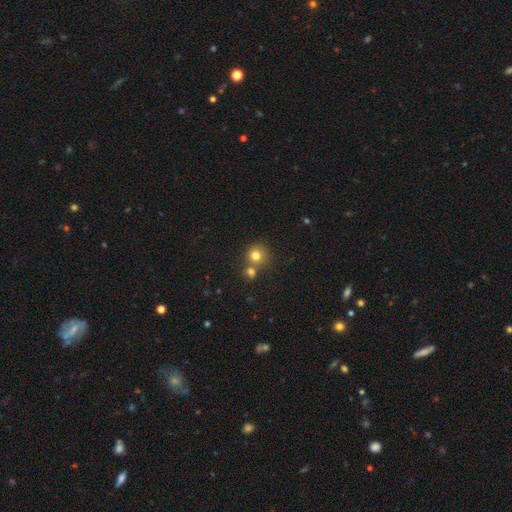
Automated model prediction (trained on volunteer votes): This is likely a smooth galaxy (71%). How rounded: clearly round (91%). Merging: likely none (65%).